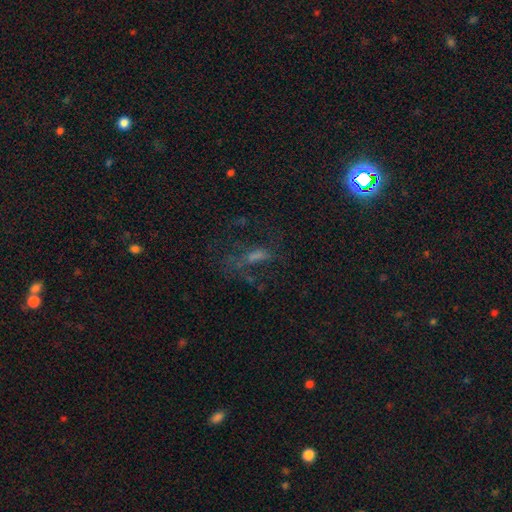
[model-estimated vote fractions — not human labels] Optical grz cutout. It shows a featured or disk galaxy (34%). Merging: none (43%).